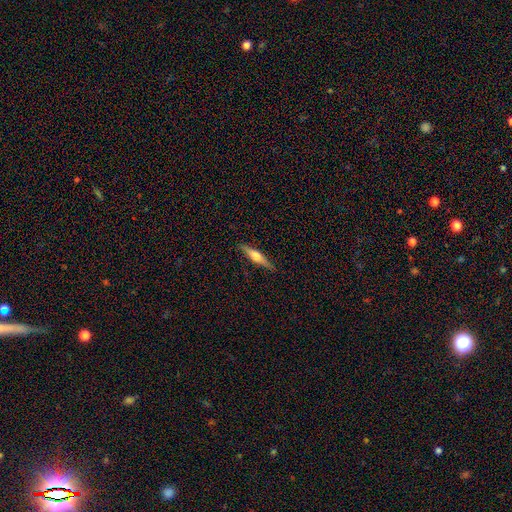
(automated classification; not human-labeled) Q: Smooth or featured?
A: featured or disk (60%); runner-up: smooth (34%)
Q: Edge-on disk?
A: yes (97%); runner-up: no (3%)
Q: Edge-on bulge?
A: rounded (86%); runner-up: boxy (9%)
Q: Merging?
A: none (90%); runner-up: minor disturbance (8%)